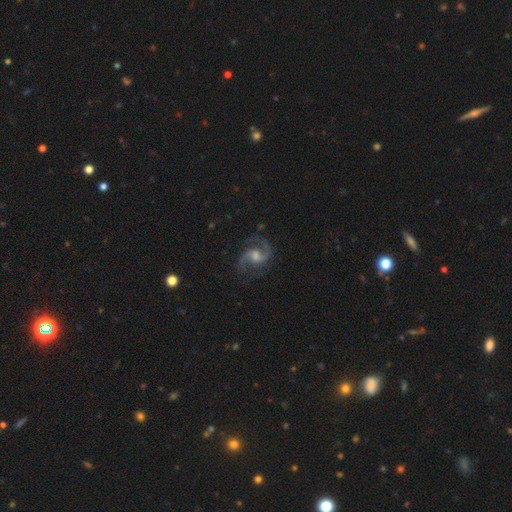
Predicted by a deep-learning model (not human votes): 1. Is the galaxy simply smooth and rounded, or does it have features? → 91% featured or disk, 5% star or artifact, 4% smooth.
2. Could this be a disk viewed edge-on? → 98% no, 2% yes.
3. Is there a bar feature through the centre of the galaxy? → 48% weak, 41% no, 11% strong.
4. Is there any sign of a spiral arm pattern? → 98% yes, 2% no.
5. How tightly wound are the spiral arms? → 59% medium, 31% loose, 10% tight.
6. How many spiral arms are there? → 93% 2, 2% 3, 2% can't tell, 1% 1, 1% 4, 1% more than 4.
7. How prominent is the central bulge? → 52% moderate, 27% small, 10% large, 9% none, 1% dominant.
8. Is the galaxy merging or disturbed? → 77% none, 14% minor disturbance, 7% major disturbance, 1% merger.